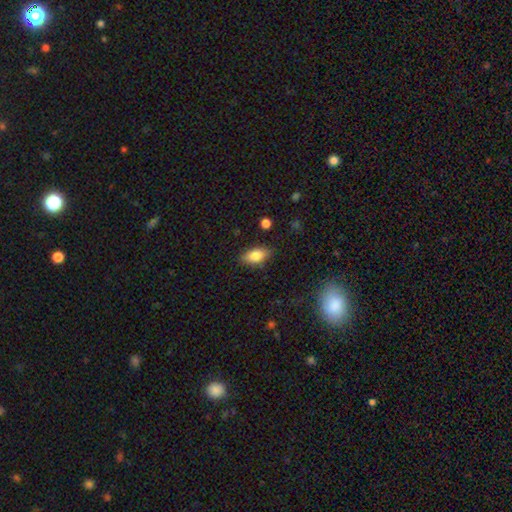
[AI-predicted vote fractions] Morphology: type=smooth (79%); roundness=in between (87%); merging=none (83%).